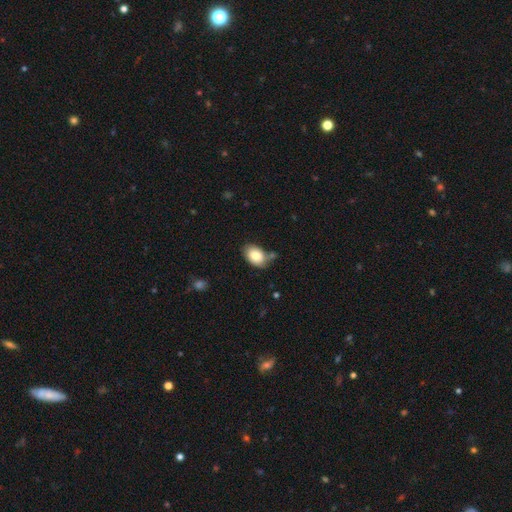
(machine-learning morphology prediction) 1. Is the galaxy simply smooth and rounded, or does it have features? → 82% smooth, 11% featured or disk, 8% star or artifact.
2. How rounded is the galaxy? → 84% in between, 15% round, 1% cigar-shaped.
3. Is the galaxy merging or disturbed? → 63% none, 22% minor disturbance, 10% merger, 5% major disturbance.